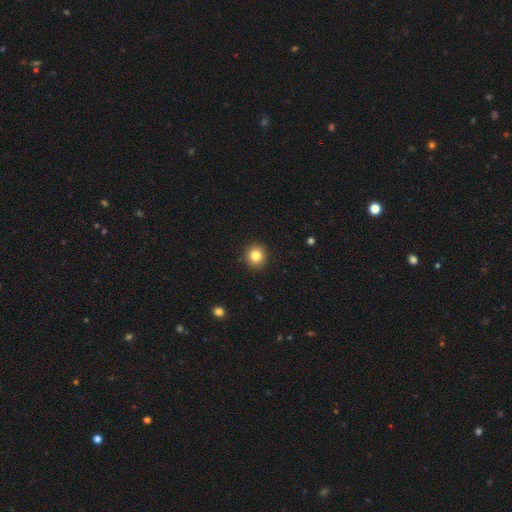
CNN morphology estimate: The model was most divided on "smooth or featured": smooth: 82%, star or artifact: 11%, featured or disk: 7%. More confident: how rounded — round (93%); merging — none (93%).